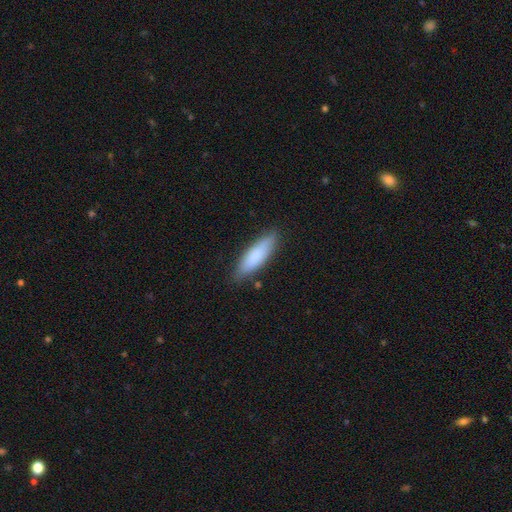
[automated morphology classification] smooth 82%, featured or disk 13%, star or artifact 6%. Down the decision tree: how rounded — cigar-shaped (56%); merging — none (84%).